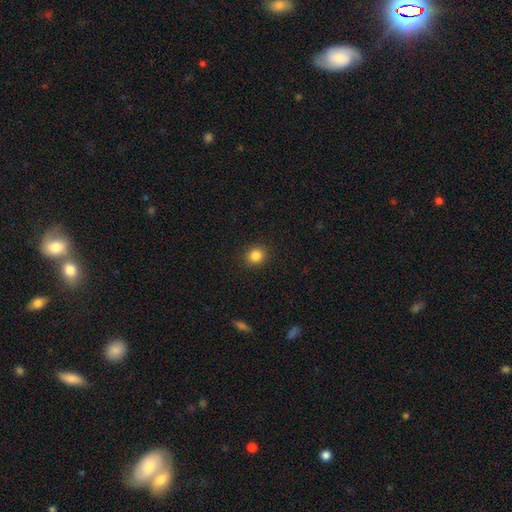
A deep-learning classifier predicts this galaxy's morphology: Overall: smooth (85%). How rounded: round (80%). Merging: none (91%).